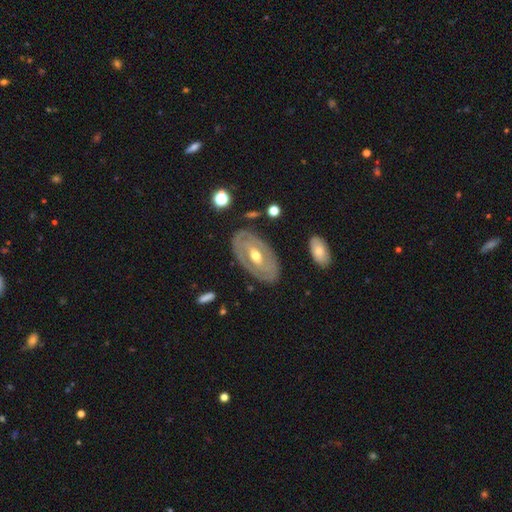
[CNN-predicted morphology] This is likely a featured or disk galaxy (78%). It is clearly not viewed edge-on (92%). Bar: marginally no (41%). Spiral arm pattern: likely yes (60%). Central bulge: likely moderate (70%). Merging: clearly none (81%).